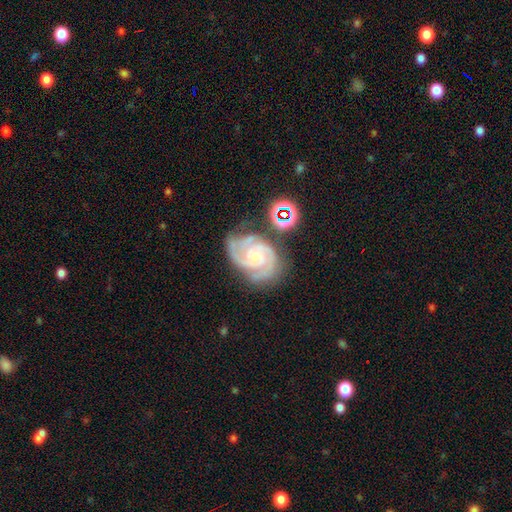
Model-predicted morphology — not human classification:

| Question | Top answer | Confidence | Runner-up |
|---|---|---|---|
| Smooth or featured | featured or disk | 90% | star or artifact (6%) |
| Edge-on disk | no | 98% | yes (2%) |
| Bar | no | 65% | weak (28%) |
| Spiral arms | yes | 98% | no (2%) |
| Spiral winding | tight | 64% | medium (32%) |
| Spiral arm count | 3 | 41% | 2 (38%) |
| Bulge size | small | 68% | moderate (26%) |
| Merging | none | 61% | minor disturbance (23%) |